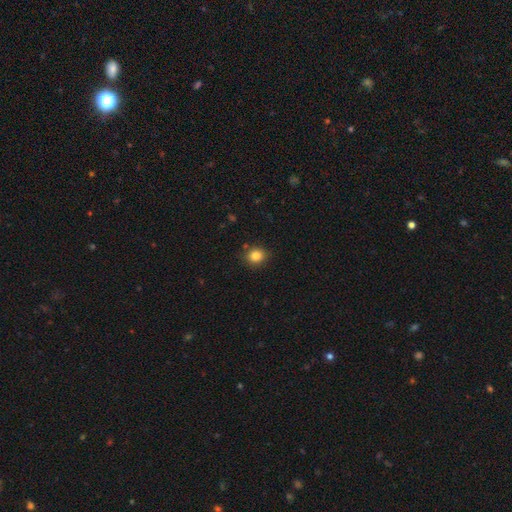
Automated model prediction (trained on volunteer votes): Smooth or featured? Predicted: smooth (p=0.84). How rounded? Predicted: round (p=0.75). Merging? Predicted: none (p=0.85).